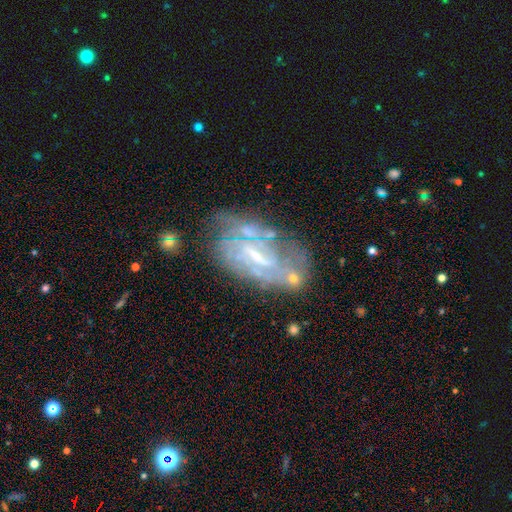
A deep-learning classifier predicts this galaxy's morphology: The model was most divided on "bar": weak: 46%, strong: 33%, no: 21%. Remaining: edge-on disk — no (93%); smooth or featured — featured or disk (77%); spiral arms — yes (77%); merging — none (57%); bulge size — small (55%); spiral winding — tight (52%); spiral arm count — can't tell (49%).